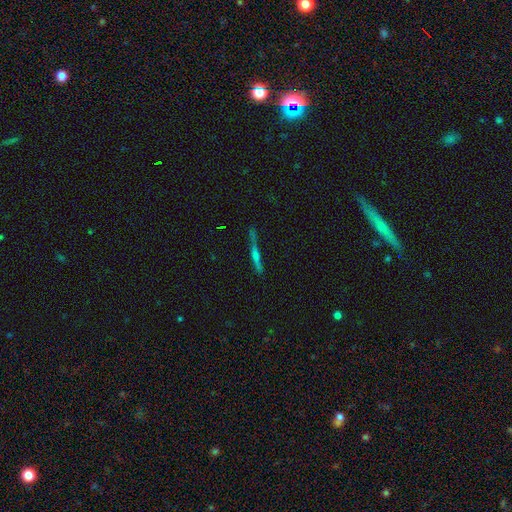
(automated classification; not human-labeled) A featured or disk galaxy (63%) viewed edge-on (95%) with a rounded central bulge (59%). Merging: none (78%).